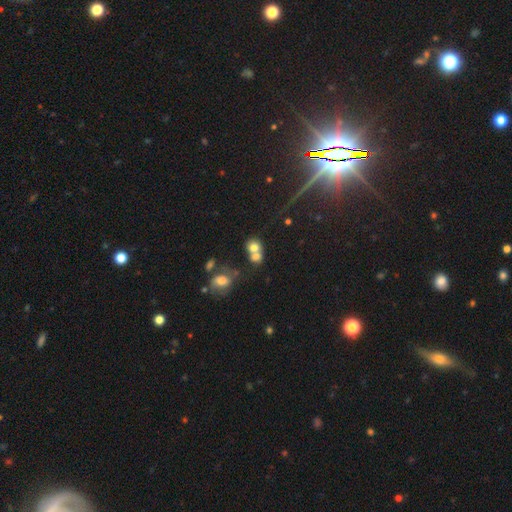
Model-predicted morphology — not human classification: A smooth galaxy with no disk features (71%) that is round (64%).

Vote fractions:
- Smooth or featured? smooth: 71% / featured or disk: 15% / star or artifact: 14%
- How rounded? round: 64% / in between: 35% / cigar-shaped: 1%
- Merging? merger: 59% / none: 29% / minor disturbance: 8% / major disturbance: 5%